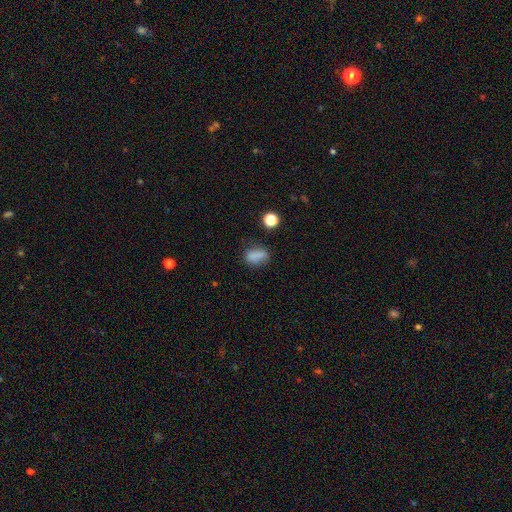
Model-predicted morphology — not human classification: smooth-or-featured: smooth: 78% | star or artifact: 12% | featured or disk: 10%
  how-rounded: in between: 70% | round: 21% | cigar-shaped: 10%
  merging: none: 69% | minor disturbance: 19% | major disturbance: 6% | merger: 6%